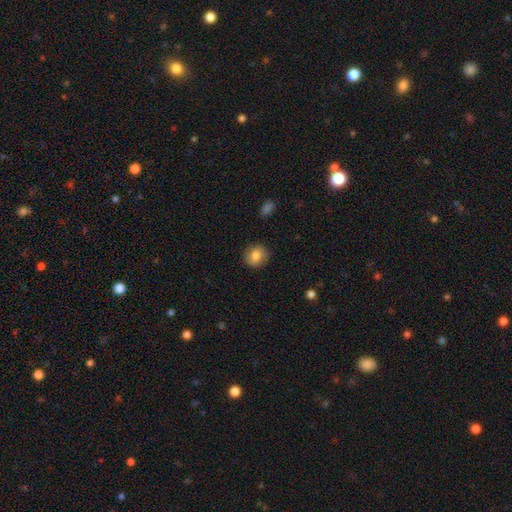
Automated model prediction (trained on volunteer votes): Smooth or featured?
  - smooth: 83% *
  - featured or disk: 9%
  - star or artifact: 8%
How rounded?
  - round: 81% *
  - in between: 18%
  - cigar-shaped: 1%
Merging?
  - none: 87% *
  - minor disturbance: 9%
  - major disturbance: 2%
  - merger: 1%